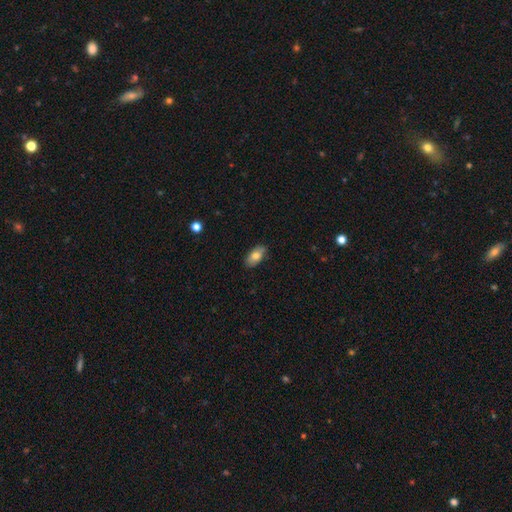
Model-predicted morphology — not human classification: smooth-or-featured: smooth: 77% | featured or disk: 16% | star or artifact: 7%
  how-rounded: in between: 92% | cigar-shaped: 4% | round: 4%
  merging: none: 82% | minor disturbance: 14% | major disturbance: 2% | merger: 1%